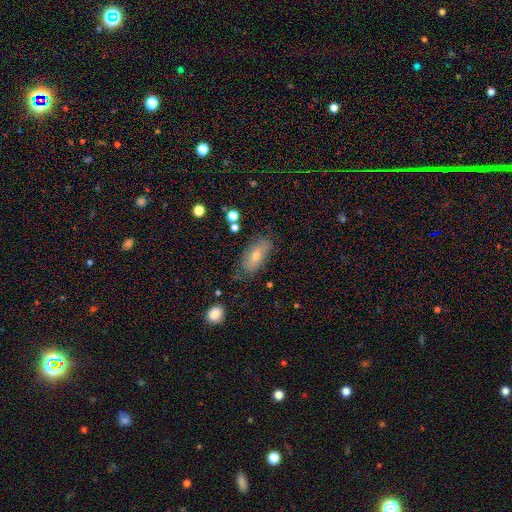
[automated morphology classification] Q: Smooth or featured?
A: smooth (58%); runner-up: featured or disk (32%)
Q: How rounded?
A: in between (87%); runner-up: cigar-shaped (8%)
Q: Merging?
A: none (74%); runner-up: minor disturbance (19%)